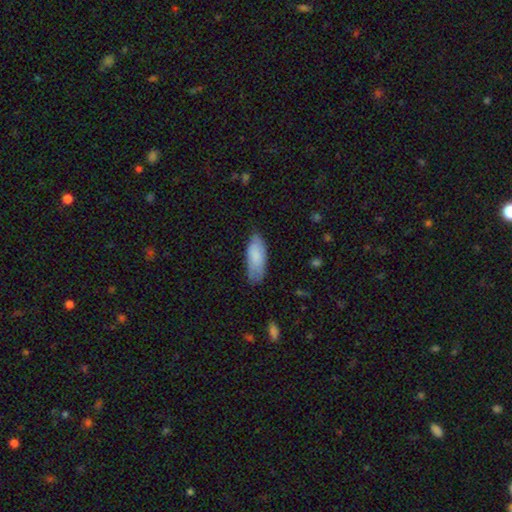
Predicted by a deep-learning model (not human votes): Smooth or featured?
  - smooth: 82% *
  - featured or disk: 12%
  - star or artifact: 5%
How rounded?
  - in between: 79% *
  - cigar-shaped: 19%
  - round: 2%
Merging?
  - none: 68% *
  - minor disturbance: 26%
  - major disturbance: 5%
  - merger: 1%